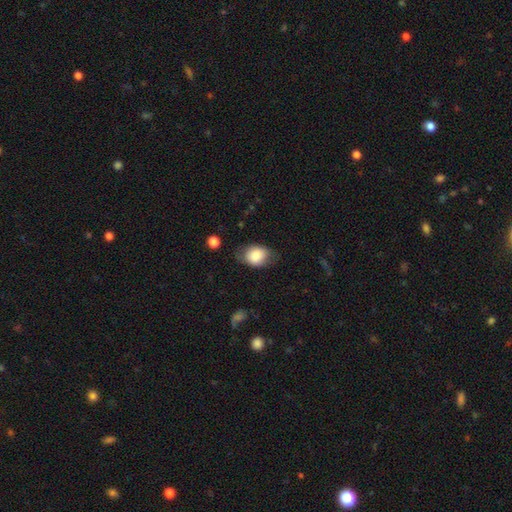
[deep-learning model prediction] Overall: smooth (81%). How rounded: in between (70%). Merging: none (64%; minor disturbance 26%).